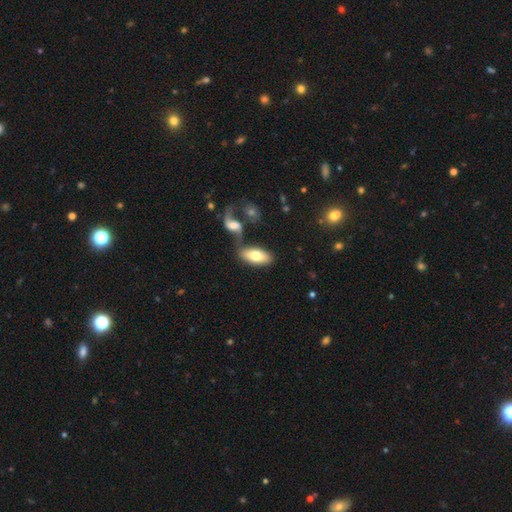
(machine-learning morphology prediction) smooth-or-featured: smooth: 71% | featured or disk: 23% | star or artifact: 6%
  how-rounded: in between: 91% | cigar-shaped: 6% | round: 3%
  merging: none: 60% | merger: 23% | minor disturbance: 12% | major disturbance: 6%